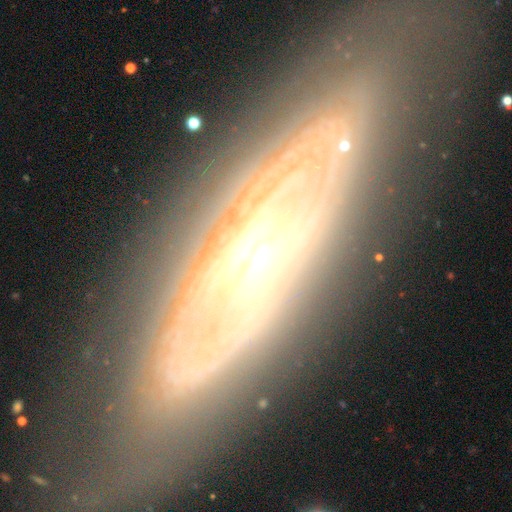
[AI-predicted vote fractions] Smooth or featured? Predicted: featured or disk (p=0.80). Edge-on disk? Predicted: no (p=0.70). Bar? Predicted: no (p=0.70). Spiral arms? Predicted: yes (p=0.61). Bulge size? Predicted: small (p=0.54). Merging? Predicted: none (p=0.78).